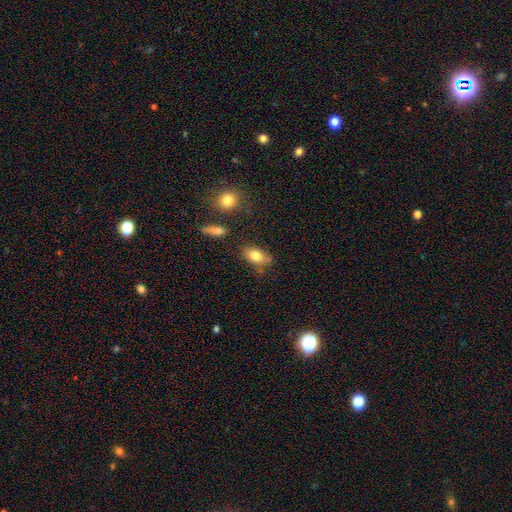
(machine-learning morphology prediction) smooth-or-featured: smooth: 80% | featured or disk: 12% | star or artifact: 8%
  how-rounded: in between: 86% | round: 10% | cigar-shaped: 5%
  merging: none: 67% | minor disturbance: 20% | merger: 8% | major disturbance: 5%